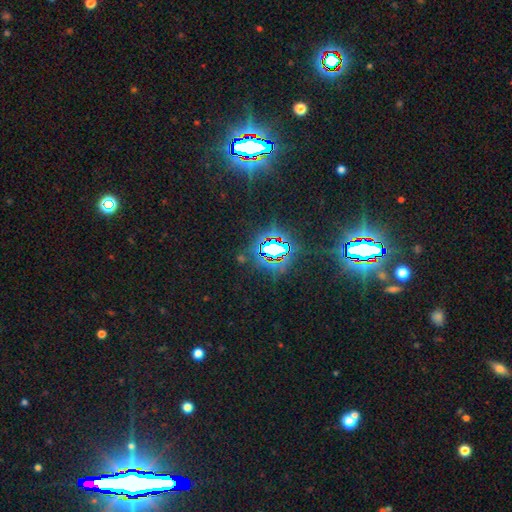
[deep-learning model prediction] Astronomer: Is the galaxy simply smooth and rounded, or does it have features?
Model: star or artifact — 84%.